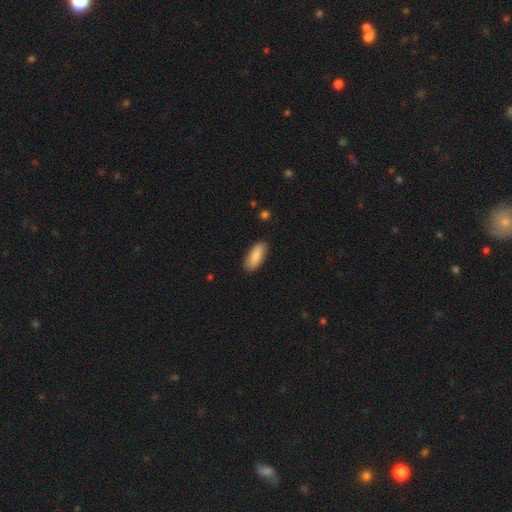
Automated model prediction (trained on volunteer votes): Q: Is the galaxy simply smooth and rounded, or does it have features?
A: smooth — 82%.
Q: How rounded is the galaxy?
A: in between — 74%.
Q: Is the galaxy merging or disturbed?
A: none — 85%.